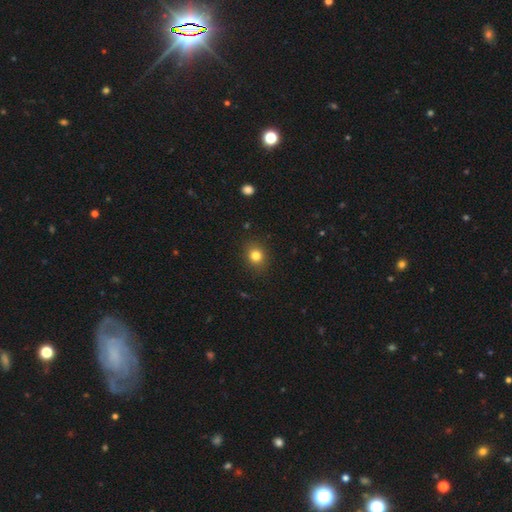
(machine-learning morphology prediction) smooth_or_featured: smooth (p=0.82) [alt: star or artifact p=0.12]
how_rounded: round (p=0.72) [alt: in between p=0.27]
merging: none (p=0.88) [alt: minor disturbance p=0.08]